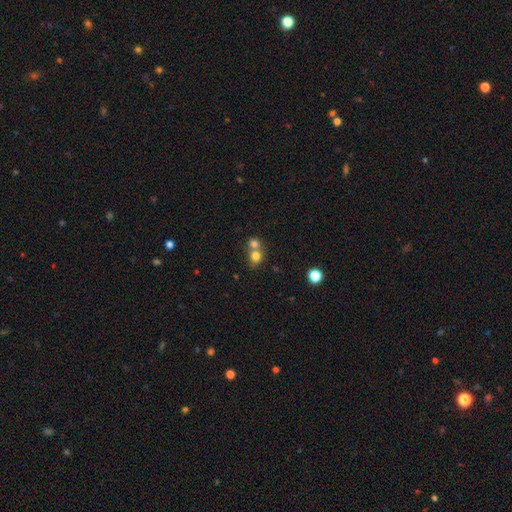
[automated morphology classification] This is likely a smooth galaxy (77%). How rounded: likely round (74%). Merging: possibly merger (59%).